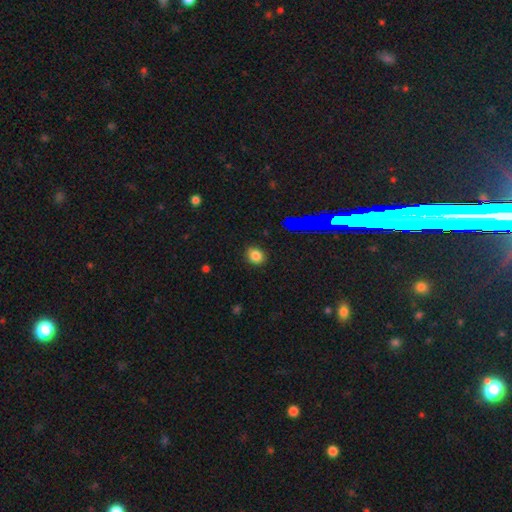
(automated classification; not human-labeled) Smooth or featured? smooth (81%)
How rounded? round (68%)
Merging? none (87%)